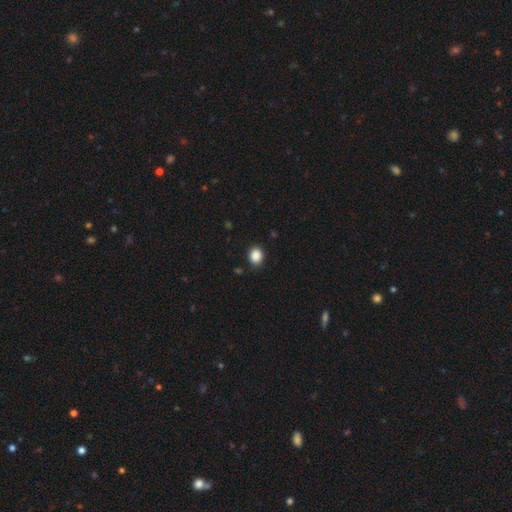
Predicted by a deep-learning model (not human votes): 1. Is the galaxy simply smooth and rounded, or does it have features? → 88% smooth, 9% star or artifact, 3% featured or disk.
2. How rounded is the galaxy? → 60% round, 39% in between, 1% cigar-shaped.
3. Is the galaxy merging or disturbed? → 88% none, 8% minor disturbance, 2% major disturbance, 1% merger.